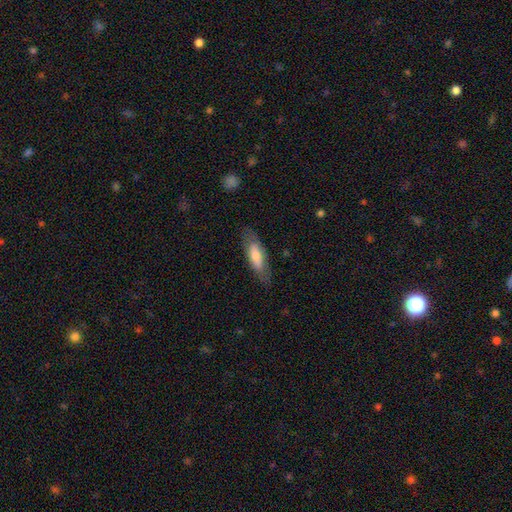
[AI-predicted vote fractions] The model was most divided on "how rounded": in between: 53%, cigar-shaped: 46%, round: 2%. More confident: merging — none (79%); smooth or featured — smooth (61%).